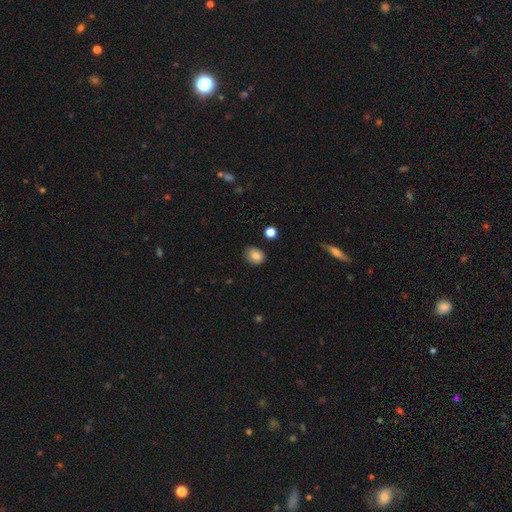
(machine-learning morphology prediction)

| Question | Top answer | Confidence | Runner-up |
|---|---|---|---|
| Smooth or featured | smooth | 81% | star or artifact (10%) |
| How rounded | round | 57% | in between (42%) |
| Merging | none | 83% | minor disturbance (13%) |